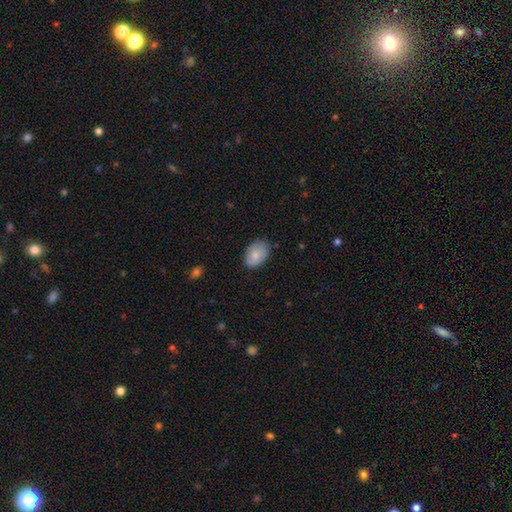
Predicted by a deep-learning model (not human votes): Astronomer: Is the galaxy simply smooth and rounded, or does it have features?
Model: smooth — 83%.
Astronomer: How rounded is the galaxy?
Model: in between — 84%.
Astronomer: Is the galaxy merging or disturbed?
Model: none — 78%.